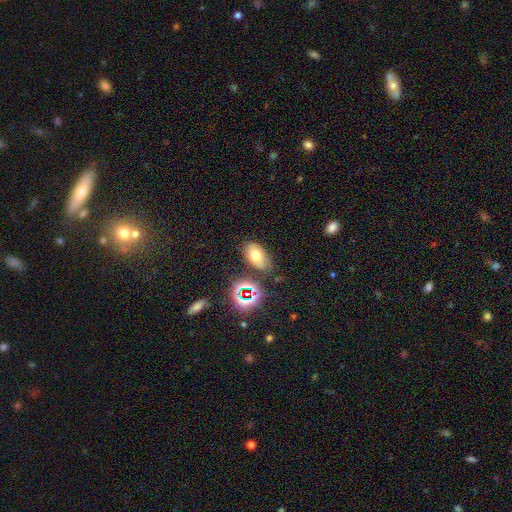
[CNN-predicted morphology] The model was most divided on "smooth or featured": smooth: 62%, star or artifact: 20%, featured or disk: 19%. More confident: how rounded — in between (88%); merging — none (73%).